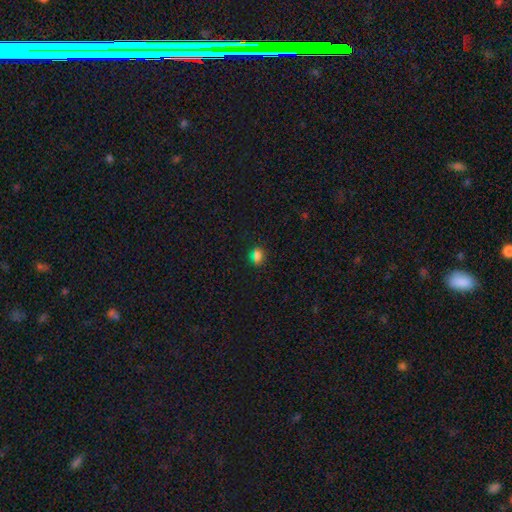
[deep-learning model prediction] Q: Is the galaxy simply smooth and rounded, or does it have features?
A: smooth — 68%.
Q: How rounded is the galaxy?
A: round — 51%.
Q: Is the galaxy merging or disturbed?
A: none — 84%.